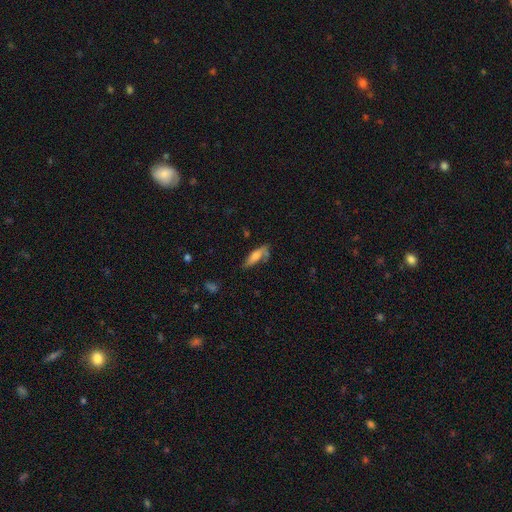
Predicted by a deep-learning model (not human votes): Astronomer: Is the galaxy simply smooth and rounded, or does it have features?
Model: smooth — 60%.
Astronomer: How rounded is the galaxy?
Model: in between — 53% (runner-up: cigar-shaped, 45%).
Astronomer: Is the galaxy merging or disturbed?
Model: none — 49% (runner-up: minor disturbance, 28%).